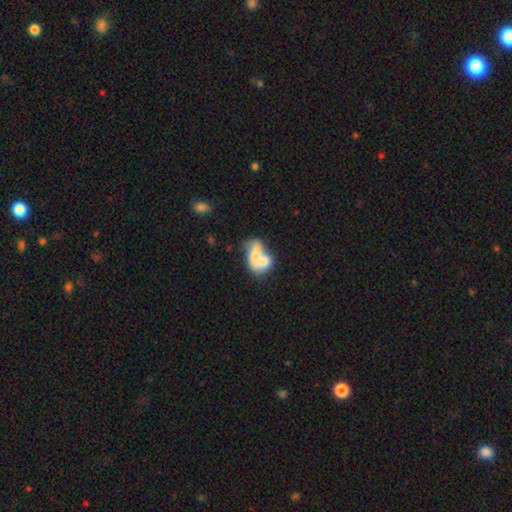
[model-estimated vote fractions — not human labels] Smooth or featured: smooth — 50% (featured or disk — 42%)
How rounded: in between — 79% (round — 17%)
Merging: merger — 69% (none — 15%)